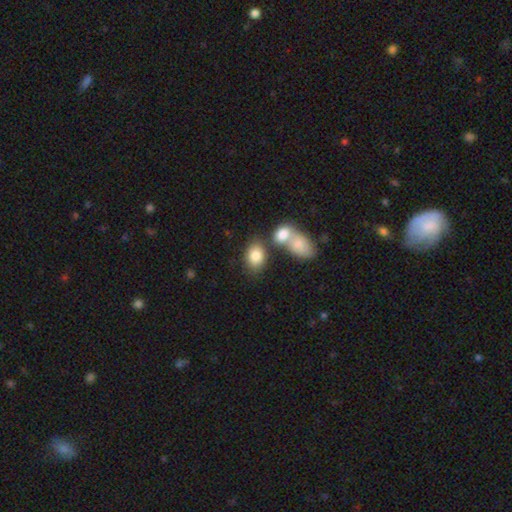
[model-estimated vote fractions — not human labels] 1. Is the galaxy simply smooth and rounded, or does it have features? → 82% smooth, 10% featured or disk, 8% star or artifact.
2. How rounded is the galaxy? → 80% in between, 19% round, 1% cigar-shaped.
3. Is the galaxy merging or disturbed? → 54% none, 30% merger, 12% minor disturbance, 4% major disturbance.